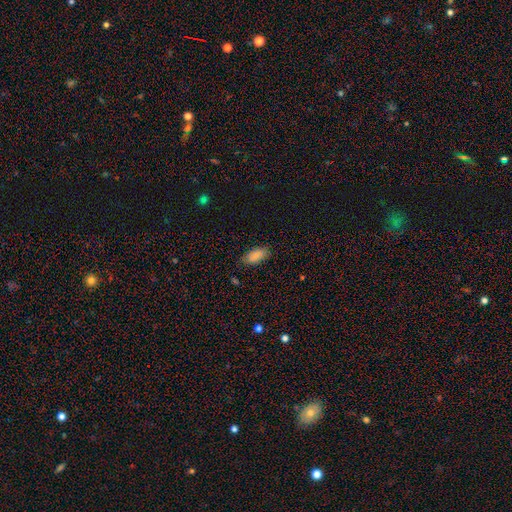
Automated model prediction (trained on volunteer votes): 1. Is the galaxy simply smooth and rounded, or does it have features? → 84% smooth, 8% featured or disk, 8% star or artifact.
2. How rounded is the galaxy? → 90% in between, 8% cigar-shaped, 2% round.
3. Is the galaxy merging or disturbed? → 81% none, 14% minor disturbance, 3% major disturbance, 1% merger.